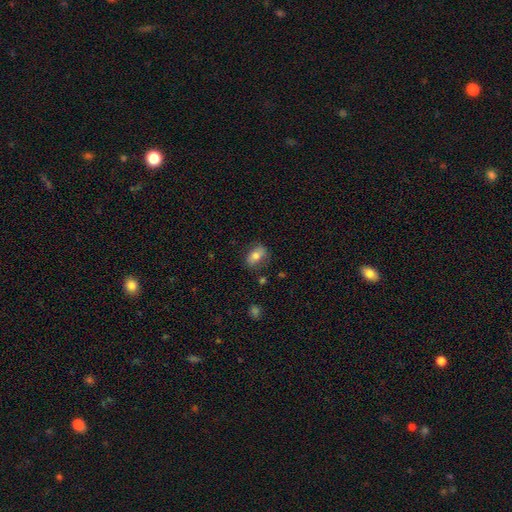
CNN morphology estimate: This appears to be a smooth galaxy with no disk features (72%) that is in between round and cigar-shaped (82%). Merging: none (76%).